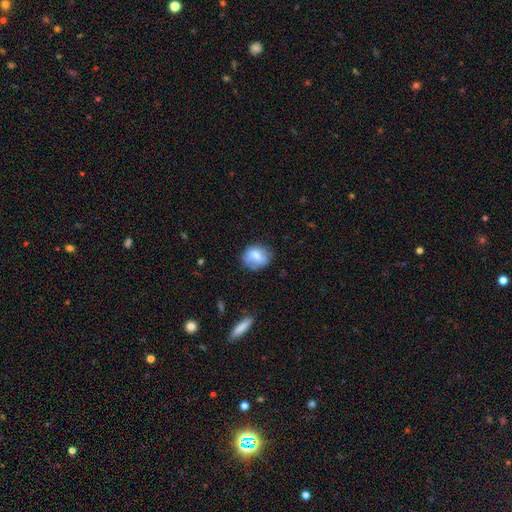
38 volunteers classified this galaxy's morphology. Overall: smooth (63%; featured or disk 32%). How rounded: round (71%). Merging: none (58%; minor disturbance 33%).